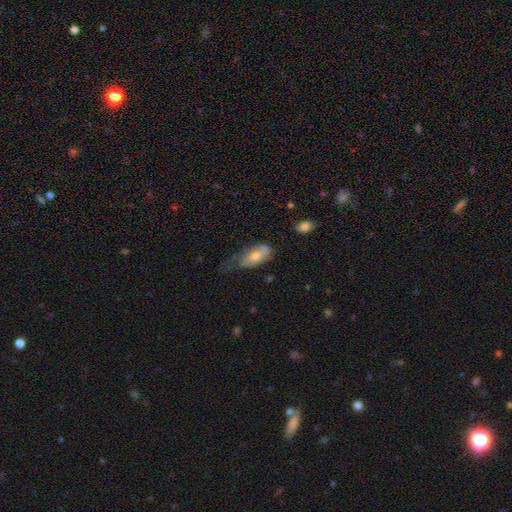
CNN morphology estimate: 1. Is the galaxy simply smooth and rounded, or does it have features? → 48% smooth, 45% featured or disk, 7% star or artifact.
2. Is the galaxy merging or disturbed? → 34% minor disturbance (tied), 34% none (tied), 28% major disturbance, 3% merger.